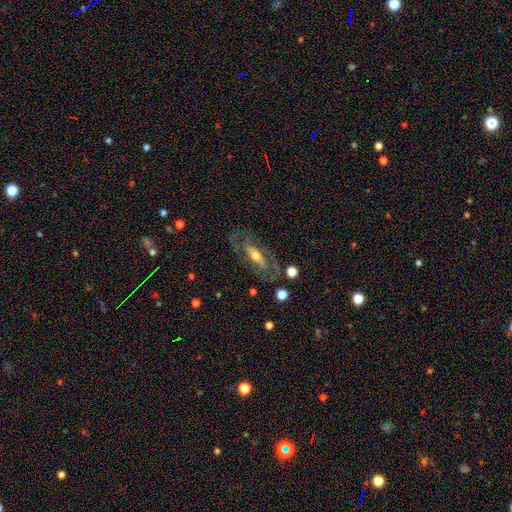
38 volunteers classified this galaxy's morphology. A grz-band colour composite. It shows a featured or disk galaxy (74%) with no bar (56%), no spiral arms (94%) and a moderate central bulge (62%). Merging: none (75%).